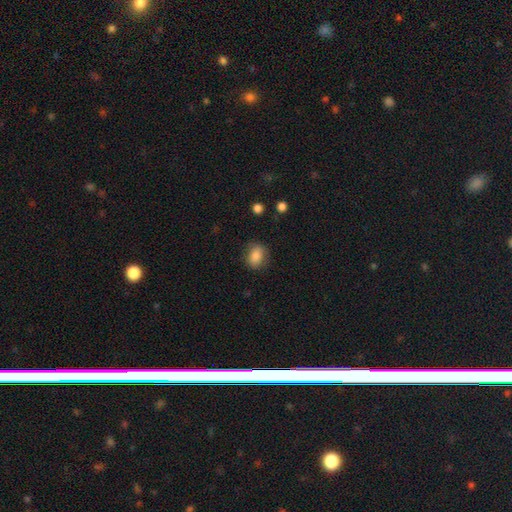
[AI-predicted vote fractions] A smooth galaxy with no disk features (83%) that is in between round and cigar-shaped (61%).

Vote fractions:
- Smooth or featured? smooth: 83% / star or artifact: 9% / featured or disk: 8%
- How rounded? in between: 61% / round: 37% / cigar-shaped: 1%
- Merging? none: 78% / minor disturbance: 16% / major disturbance: 5% / merger: 1%